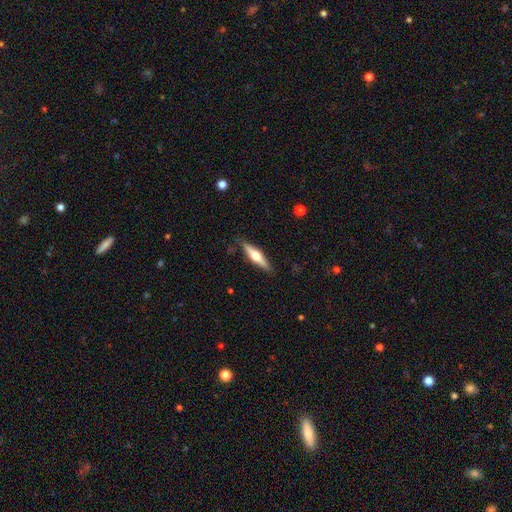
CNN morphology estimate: The model was most divided on "smooth or featured": featured or disk: 60%, smooth: 34%, star or artifact: 6%. More confident: edge-on disk — yes (96%); edge-on bulge — rounded (93%); merging — none (87%).